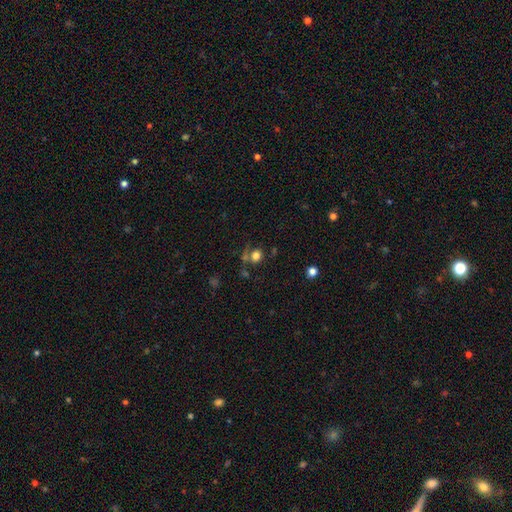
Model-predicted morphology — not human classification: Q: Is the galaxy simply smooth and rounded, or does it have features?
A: smooth — 75%.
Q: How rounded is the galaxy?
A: round — 82%.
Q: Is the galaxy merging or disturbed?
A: none — 62%.